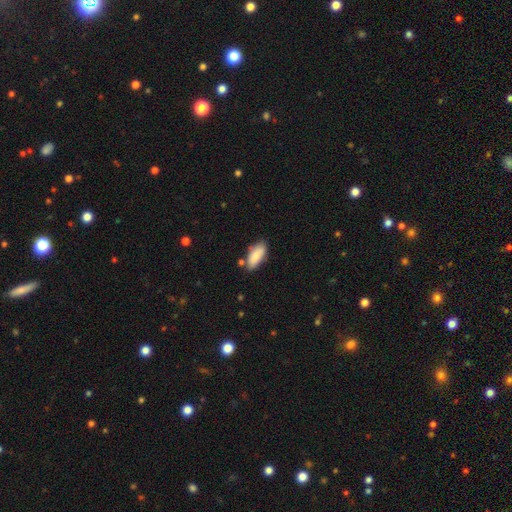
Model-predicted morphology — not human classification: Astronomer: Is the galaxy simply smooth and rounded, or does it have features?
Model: smooth — 83%.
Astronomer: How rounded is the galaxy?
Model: in between — 86%.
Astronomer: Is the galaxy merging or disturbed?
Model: none — 73%.